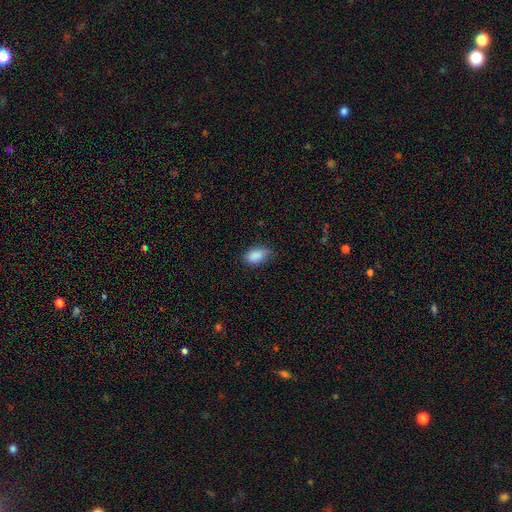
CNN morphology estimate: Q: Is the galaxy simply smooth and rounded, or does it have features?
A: smooth — 88%.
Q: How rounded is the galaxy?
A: in between — 89%.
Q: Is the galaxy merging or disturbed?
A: none — 68%.